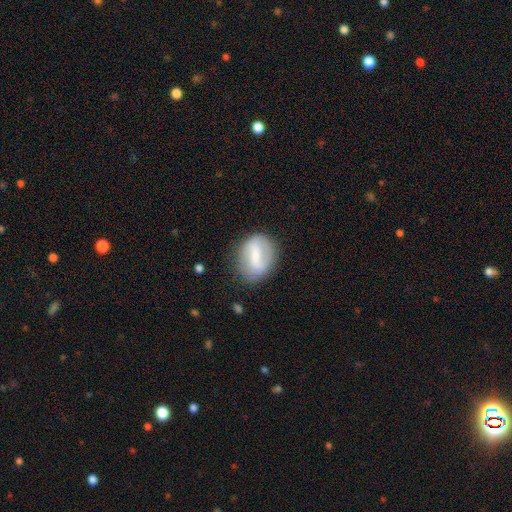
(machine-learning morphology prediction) This is possibly a featured or disk galaxy (50%). Merging: likely none (72%).